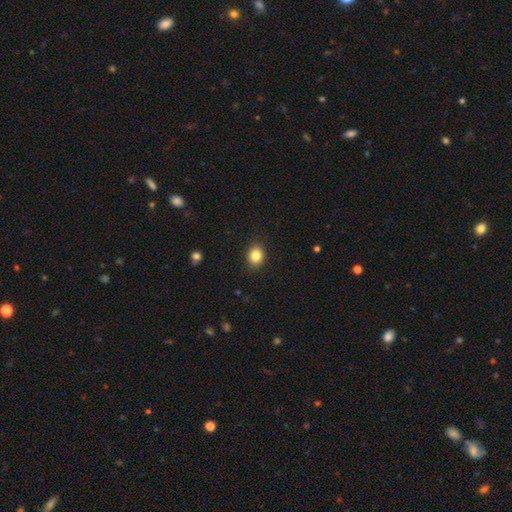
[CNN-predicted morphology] A smooth galaxy with no disk features (84%) that is round (54%).

Vote fractions:
- Smooth or featured? smooth: 84% / star or artifact: 10% / featured or disk: 6%
- How rounded? round: 54% / in between: 45% / cigar-shaped: 1%
- Merging? none: 88% / minor disturbance: 9% / major disturbance: 2% / merger: 1%